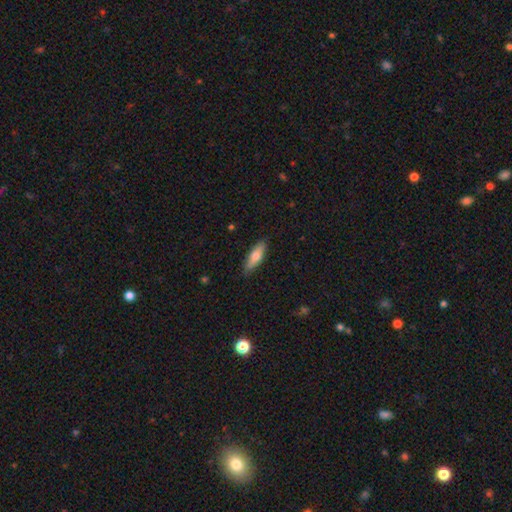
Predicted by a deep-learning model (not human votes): Morphology: type=smooth (70%); roundness=cigar-shaped (52%); merging=none (87%).